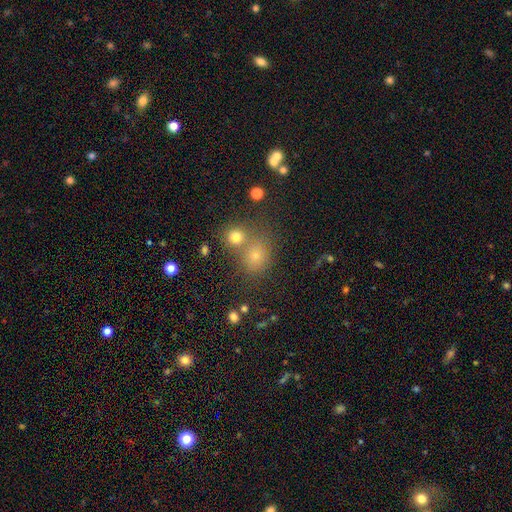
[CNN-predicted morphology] The model was most divided on "merging": none: 54%, merger: 31%, minor disturbance: 10%, major disturbance: 4%. More confident: smooth or featured — smooth (72%); how rounded — round (70%).